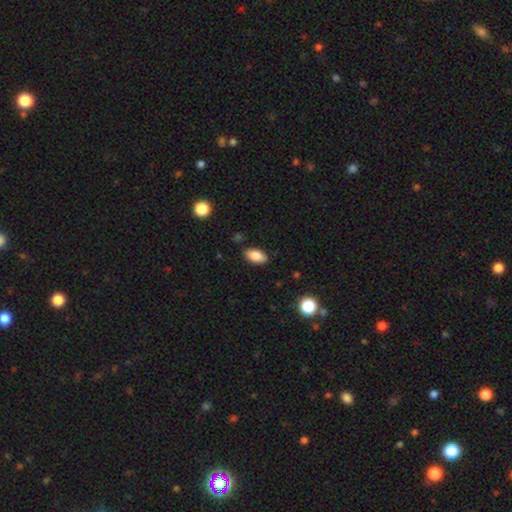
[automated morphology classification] Overall: smooth (85%). How rounded: in between (92%). Merging: none (85%).